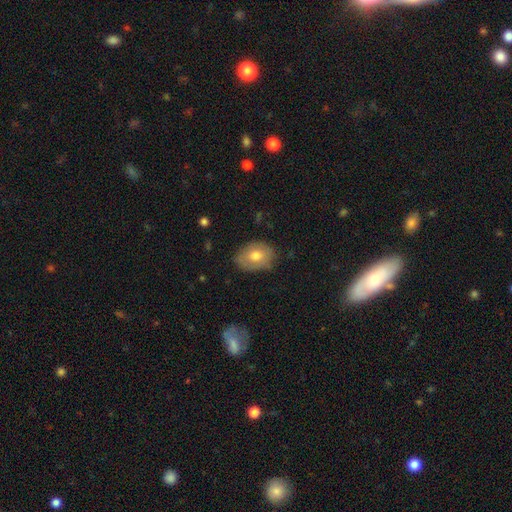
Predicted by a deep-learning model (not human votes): Smooth or featured? Predicted: smooth (p=0.71). How rounded? Predicted: in between (p=0.73). Merging? Predicted: none (p=0.74).